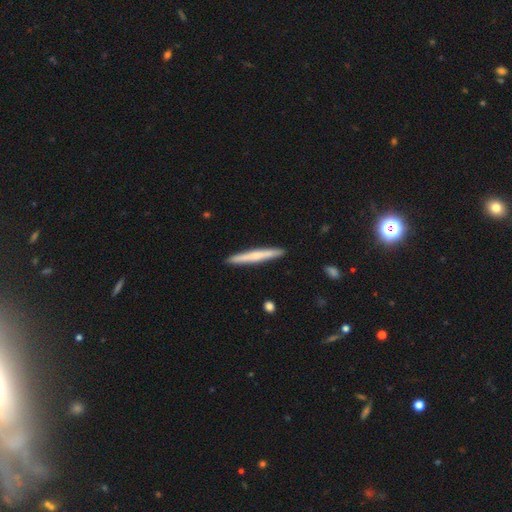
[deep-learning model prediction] Q: Smooth or featured?
A: smooth (55%); runner-up: featured or disk (40%)
Q: How rounded?
A: cigar-shaped (96%); runner-up: in between (2%)
Q: Merging?
A: none (92%); runner-up: minor disturbance (6%)